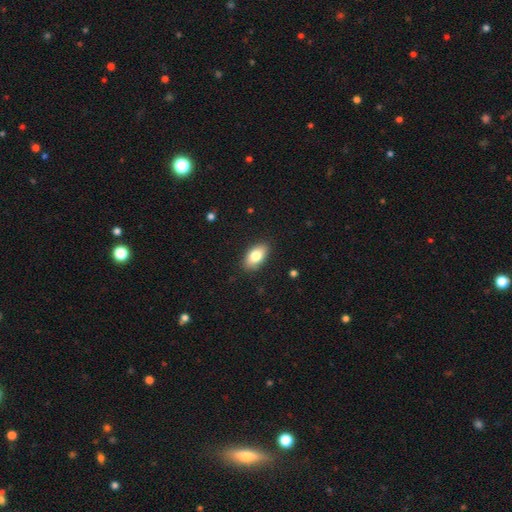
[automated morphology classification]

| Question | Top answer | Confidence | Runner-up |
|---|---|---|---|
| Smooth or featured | smooth | 79% | featured or disk (14%) |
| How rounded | in between | 92% | round (5%) |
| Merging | none | 88% | minor disturbance (9%) |